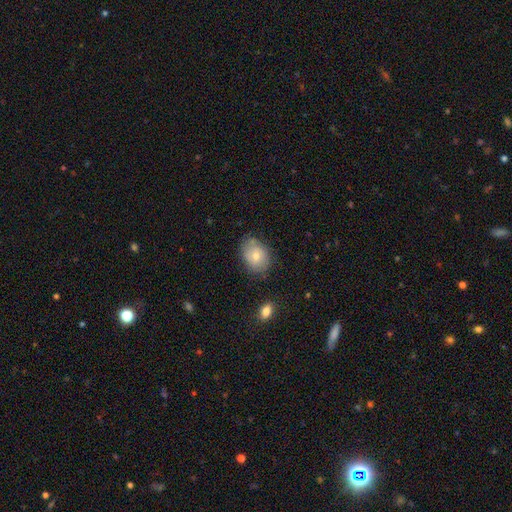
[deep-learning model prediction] This is possibly a smooth galaxy (53%). How rounded: likely in between (70%). Merging: likely none (72%).